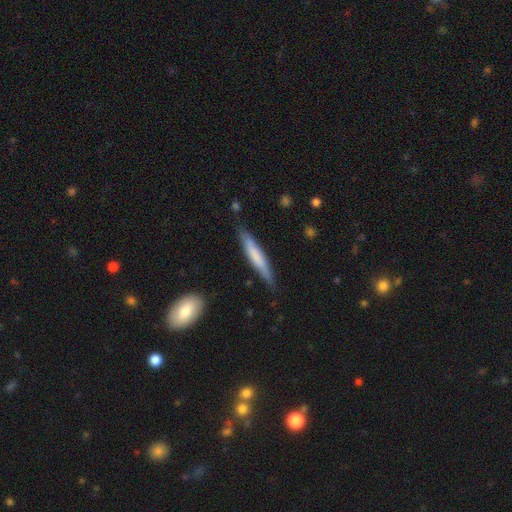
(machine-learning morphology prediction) Overall: smooth (65%; featured or disk 30%). How rounded: cigar-shaped (92%). Merging: none (79%).